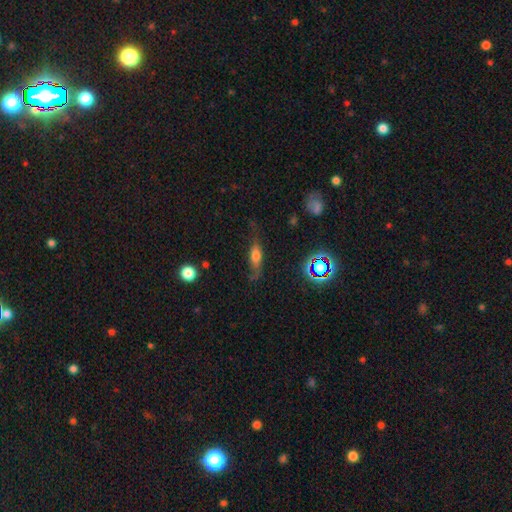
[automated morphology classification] A smooth galaxy with no disk features (50%) that is in between round and cigar-shaped (53%).

Vote fractions:
- Smooth or featured? smooth: 50% / featured or disk: 39% / star or artifact: 11%
- How rounded? in between: 53% / cigar-shaped: 40% / round: 7%
- Merging? none: 57% / minor disturbance: 26% / major disturbance: 15% / merger: 2%